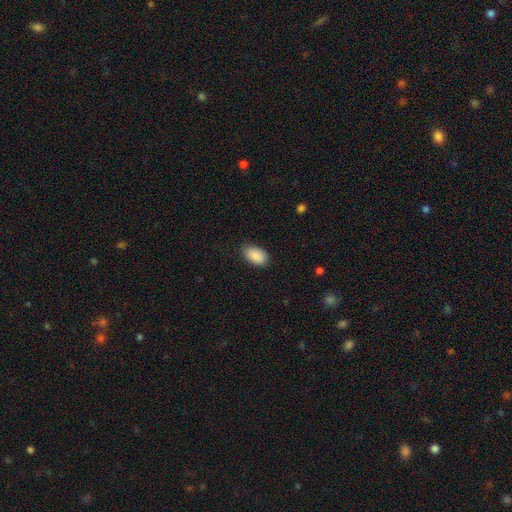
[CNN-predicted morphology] smooth-or-featured: smooth: 90% | star or artifact: 6% | featured or disk: 4%
  how-rounded: in between: 94% | round: 4% | cigar-shaped: 2%
  merging: none: 84% | minor disturbance: 13% | major disturbance: 3% | merger: 1%